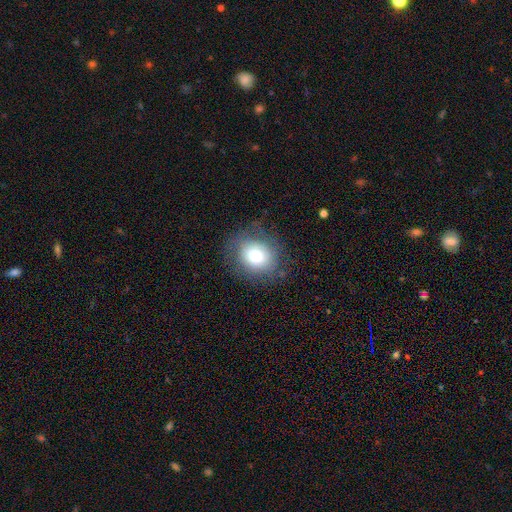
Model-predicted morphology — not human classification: This appears to be a smooth galaxy with no disk features (74%) that is round (69%). Merging: none (76%).